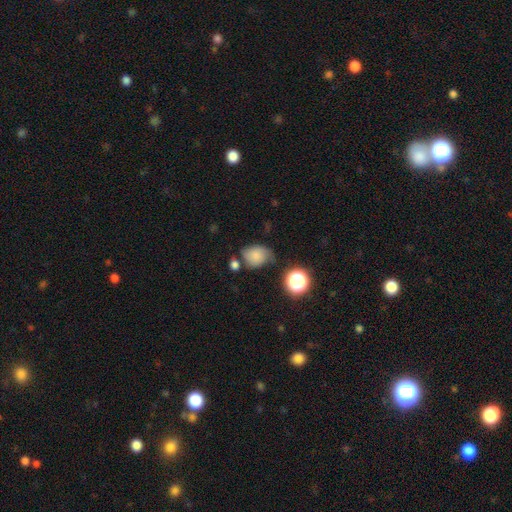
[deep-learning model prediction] smooth 71%, featured or disk 16%, star or artifact 13%. Down the decision tree: how rounded — in between (55%); merging — none (48%).